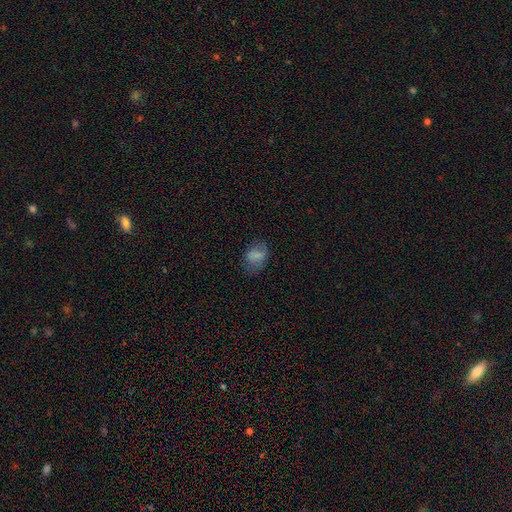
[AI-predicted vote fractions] This appears to be a smooth galaxy with no disk features (76%) that is in between round and cigar-shaped (71%). Merging: none (63%).